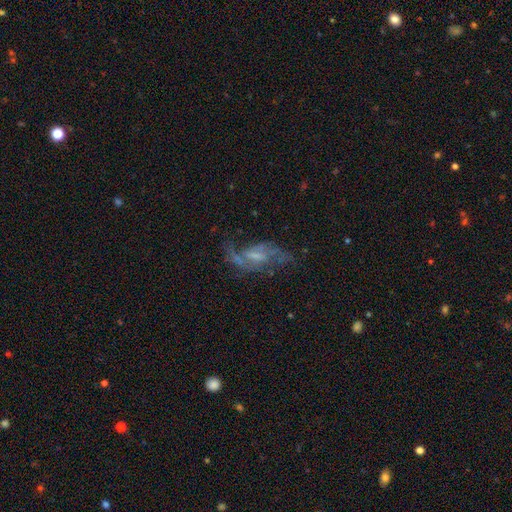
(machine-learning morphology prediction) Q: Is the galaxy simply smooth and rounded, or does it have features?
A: featured or disk — 76%.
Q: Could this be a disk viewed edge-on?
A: no — 94%.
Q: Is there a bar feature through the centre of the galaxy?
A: weak — 51%.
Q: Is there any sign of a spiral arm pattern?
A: yes — 85%.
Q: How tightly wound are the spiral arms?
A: loose — 56%.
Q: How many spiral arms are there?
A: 2 — 75%.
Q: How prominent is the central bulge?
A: small — 38%.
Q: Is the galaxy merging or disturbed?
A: none — 50%.